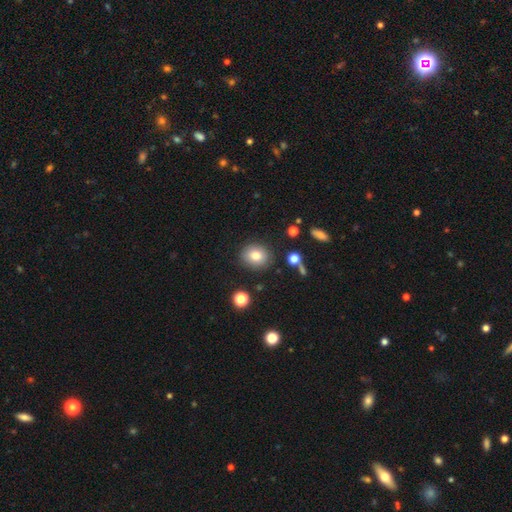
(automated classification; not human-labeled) This is likely a smooth galaxy (80%). How rounded: likely round (72%). Merging: clearly none (85%).